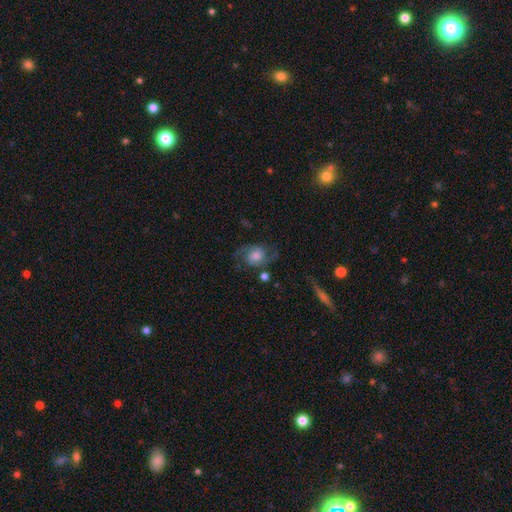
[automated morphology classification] type=featured or disk (70%); edge-on=no (97%); bar=no (67%); spiral arms=yes (92%); winding=medium (47%); arm count=2 (91%); bulge=moderate (38%); merging=none (68%).